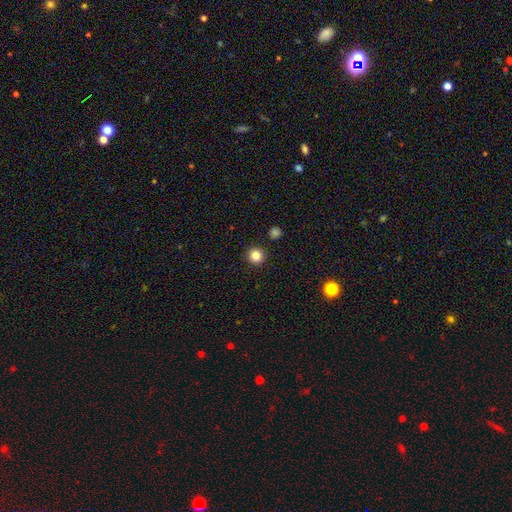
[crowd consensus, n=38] This appears to be a smooth galaxy with no disk features (82%) that is round (90%). Merging: none (97%).